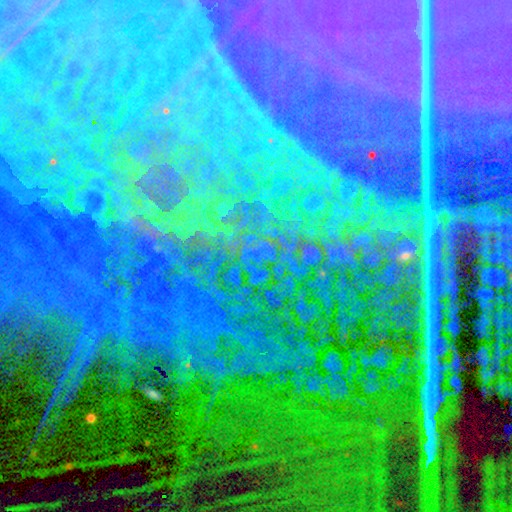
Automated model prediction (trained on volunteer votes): This appears to be a star or artifact, not a galaxy (86%).